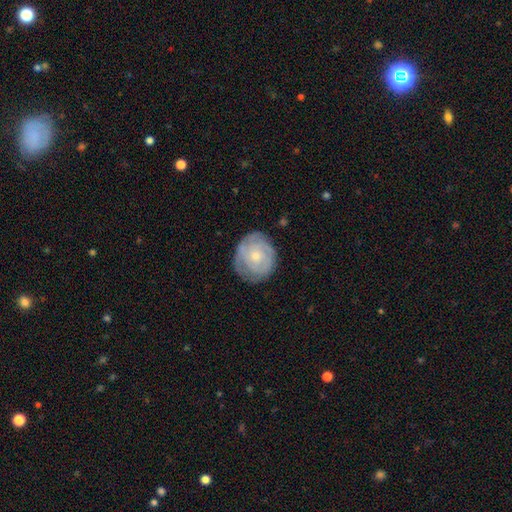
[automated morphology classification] Smooth or featured? featured or disk (55%)
Edge-on disk? no (97%)
Bar? no (83%)
Spiral arms? yes (69%)
Bulge size? small (58%)
Merging? none (73%)